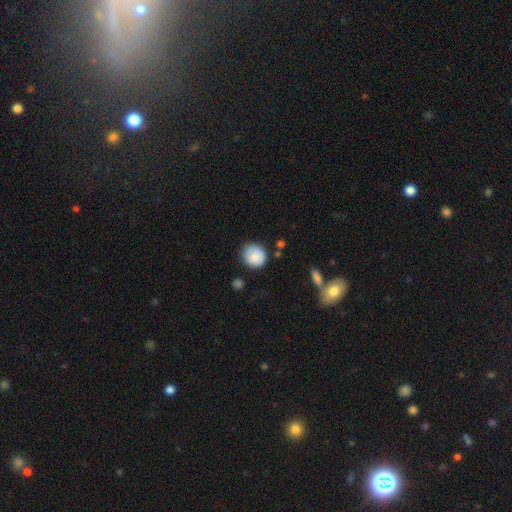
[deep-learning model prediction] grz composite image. It shows a smooth galaxy with no disk features (84%) that is round (86%). Merging: none (77%).